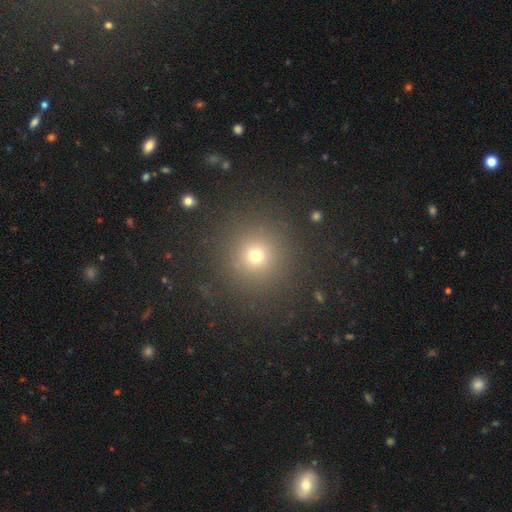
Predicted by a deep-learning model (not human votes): Morphology: type=smooth (70%); roundness=round (95%); merging=none (88%).